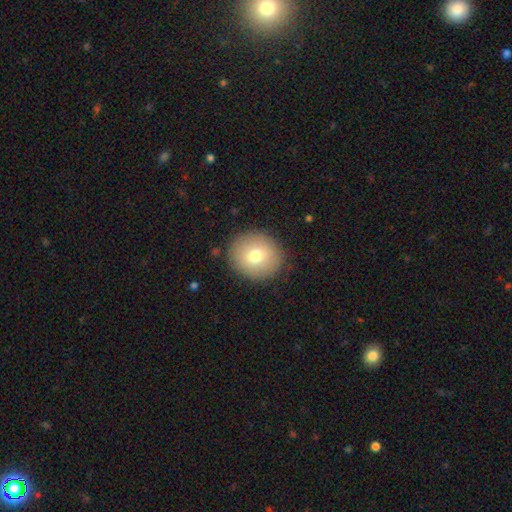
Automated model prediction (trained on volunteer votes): Overall: smooth (74%). How rounded: round (86%). Merging: none (88%).